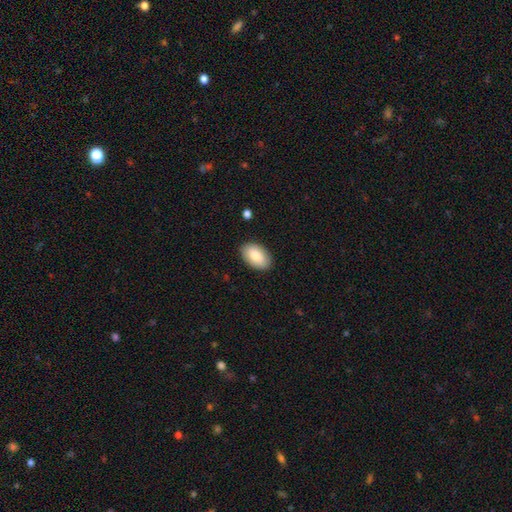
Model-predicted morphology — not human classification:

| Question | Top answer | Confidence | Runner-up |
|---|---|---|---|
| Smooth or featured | smooth | 84% | featured or disk (11%) |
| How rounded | in between | 94% | round (5%) |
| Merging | none | 88% | minor disturbance (9%) |